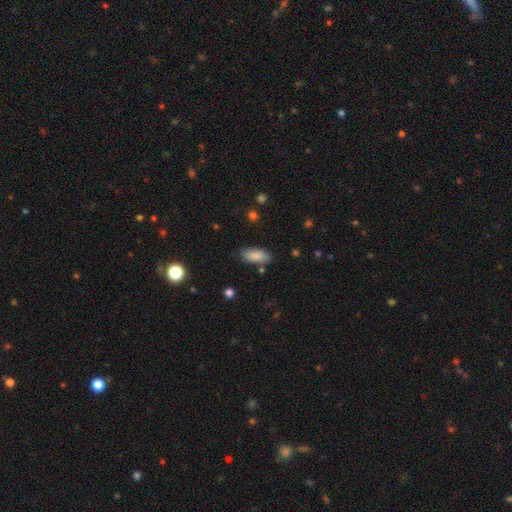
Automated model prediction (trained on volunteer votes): Smooth or featured? Predicted: smooth (p=0.86). How rounded? Predicted: in between (p=0.85). Merging? Predicted: none (p=0.80).